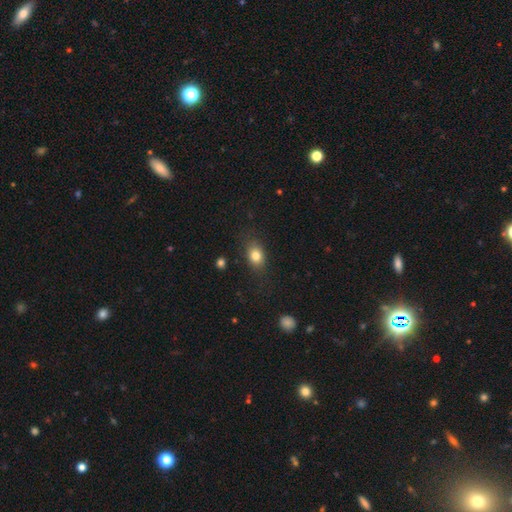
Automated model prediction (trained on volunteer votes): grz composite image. It shows a smooth galaxy with no disk features (81%) that is in between round and cigar-shaped (64%). Merging: none (78%).